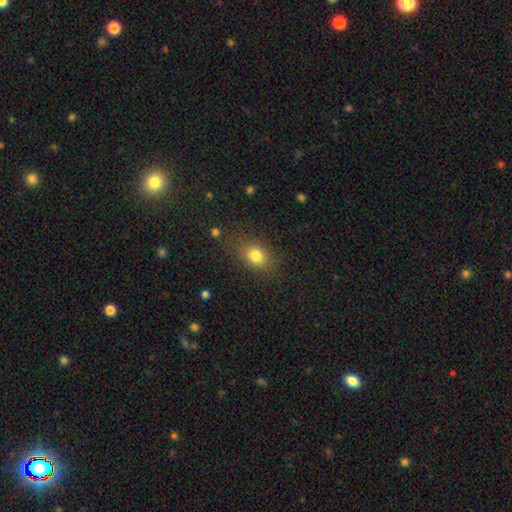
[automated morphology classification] Smooth or featured? smooth (79%)
How rounded? in between (69%)
Merging? none (80%)